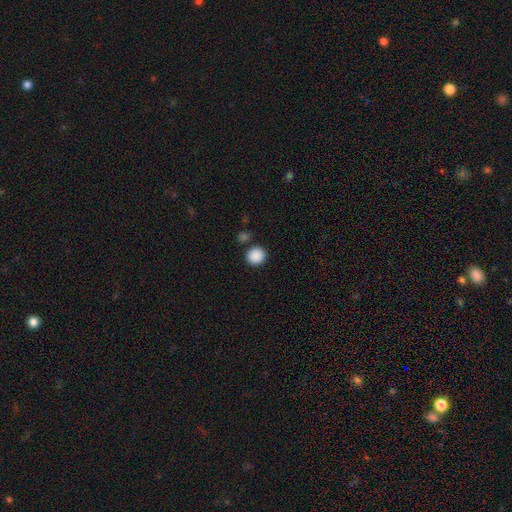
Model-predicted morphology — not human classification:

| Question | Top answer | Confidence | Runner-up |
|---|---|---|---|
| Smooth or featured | smooth | 89% | star or artifact (9%) |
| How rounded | round | 92% | in between (7%) |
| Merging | none | 85% | minor disturbance (7%) |